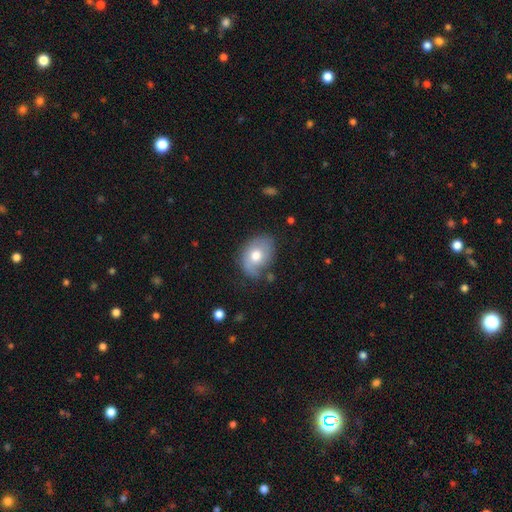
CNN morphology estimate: Q: Smooth or featured?
A: smooth (65%); runner-up: featured or disk (28%)
Q: How rounded?
A: in between (73%); runner-up: round (26%)
Q: Merging?
A: none (62%); runner-up: minor disturbance (27%)